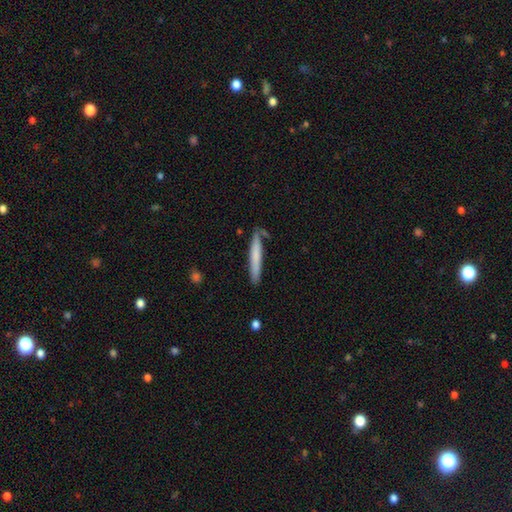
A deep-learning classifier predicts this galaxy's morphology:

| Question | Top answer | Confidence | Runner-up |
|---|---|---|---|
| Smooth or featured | smooth | 68% | featured or disk (26%) |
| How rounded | cigar-shaped | 94% | in between (4%) |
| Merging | none | 76% | minor disturbance (16%) |